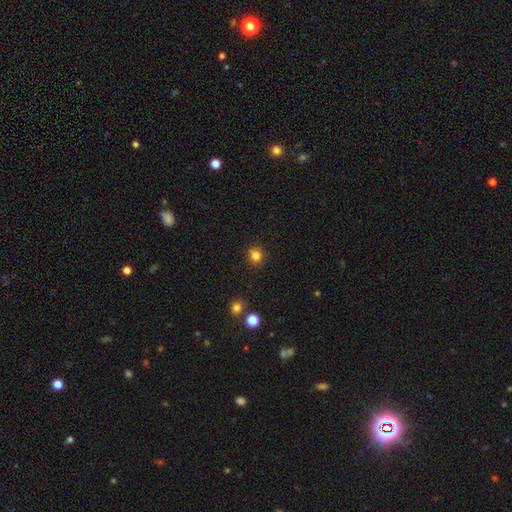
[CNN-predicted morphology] Smooth or featured?
  - smooth: 81% *
  - star or artifact: 14%
  - featured or disk: 6%
How rounded?
  - round: 90% *
  - in between: 9%
  - cigar-shaped: 1%
Merging?
  - none: 83% *
  - minor disturbance: 10%
  - merger: 5%
  - major disturbance: 2%